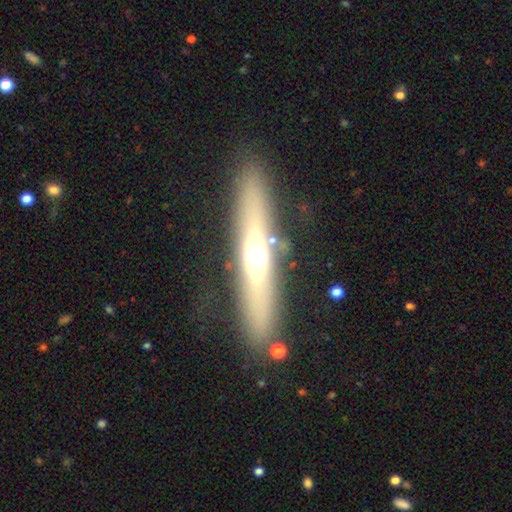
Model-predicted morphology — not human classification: The model was most divided on "smooth or featured": featured or disk: 61%, smooth: 31%, star or artifact: 8%. More confident: edge-on disk — yes (85%); merging — none (81%); edge-on bulge — rounded (81%).